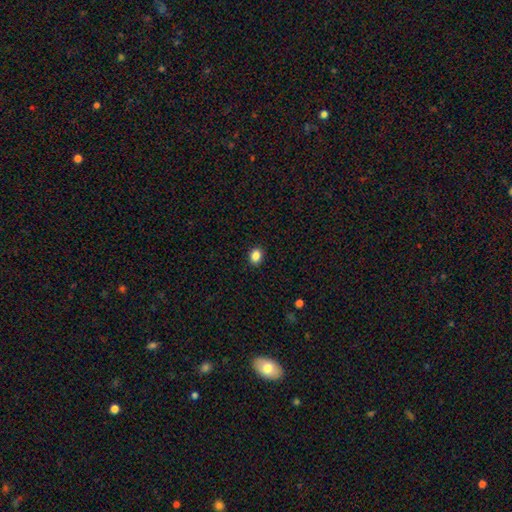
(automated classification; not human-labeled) Overall: smooth (86%). How rounded: in between (52%; round 48%). Merging: none (91%).